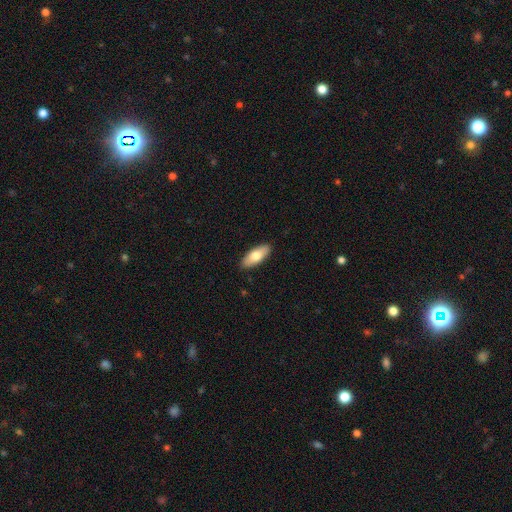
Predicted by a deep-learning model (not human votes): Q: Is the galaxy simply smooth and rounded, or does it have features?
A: smooth — 74%.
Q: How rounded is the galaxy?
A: in between — 80%.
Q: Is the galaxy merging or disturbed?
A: none — 89%.